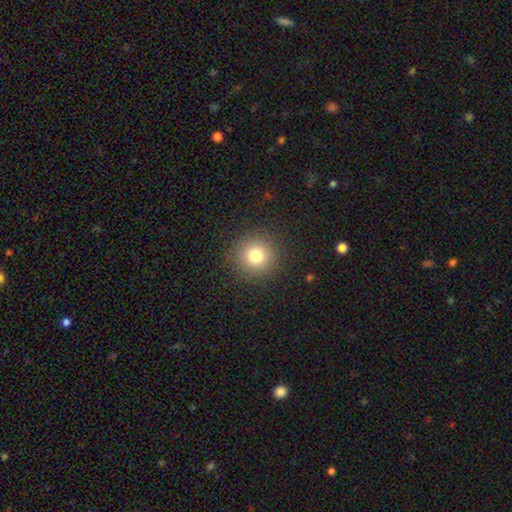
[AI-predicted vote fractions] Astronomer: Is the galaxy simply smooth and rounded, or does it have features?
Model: smooth — 78%.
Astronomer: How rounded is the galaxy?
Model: round — 95%.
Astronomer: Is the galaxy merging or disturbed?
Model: none — 91%.